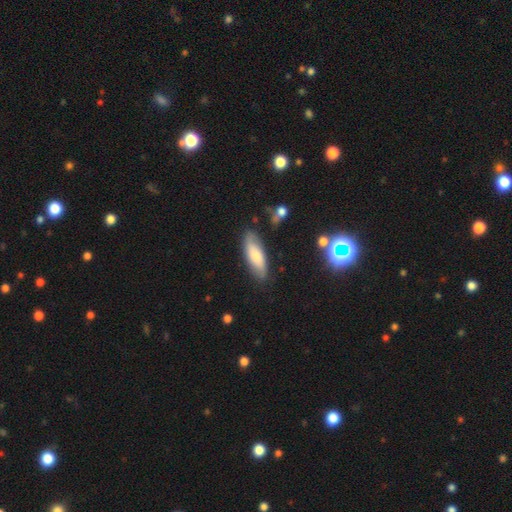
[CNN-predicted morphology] smooth 68%, featured or disk 27%, star or artifact 6%. Down the decision tree: how rounded — in between (63%); merging — none (81%).